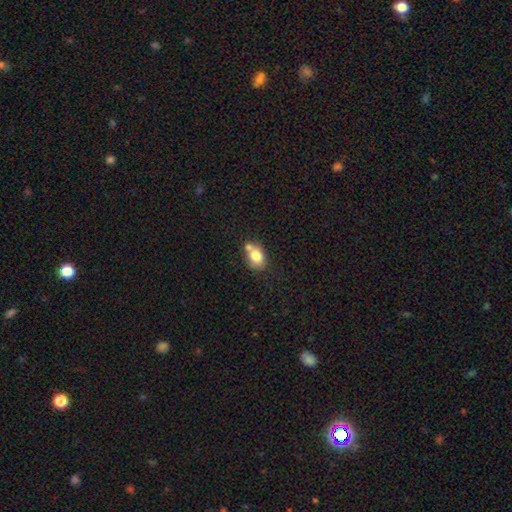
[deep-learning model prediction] This appears to be a smooth galaxy with no disk features (77%) that is in between round and cigar-shaped (67%). Merging: none (41%).